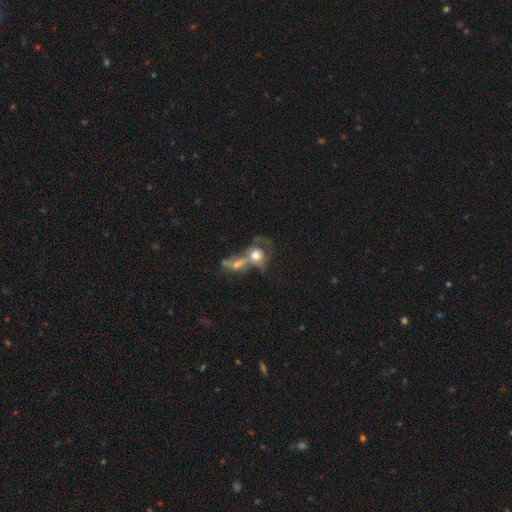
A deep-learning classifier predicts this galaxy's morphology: Smooth or featured? Predicted: smooth (p=0.58). How rounded? Predicted: round (p=0.65). Merging? Predicted: merger (p=0.65).